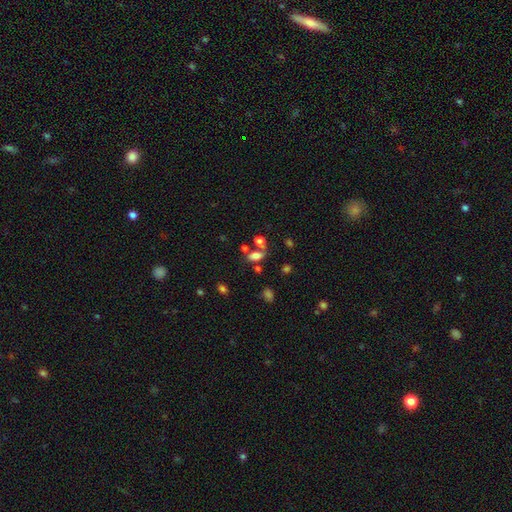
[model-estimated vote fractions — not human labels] smooth_or_featured: smooth (p=0.72) [alt: star or artifact p=0.15]
how_rounded: in between (p=0.84) [alt: round p=0.10]
merging: none (p=0.45) [alt: merger p=0.35]